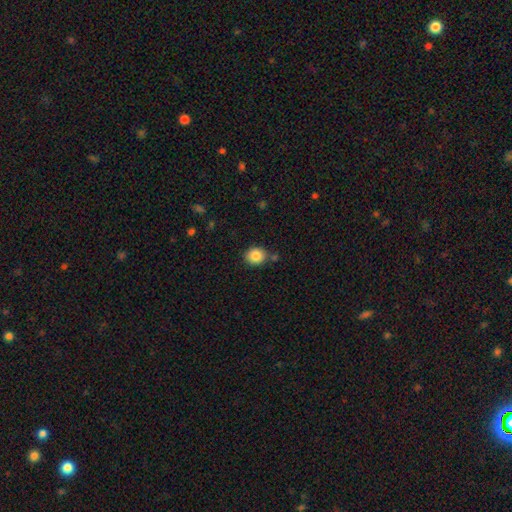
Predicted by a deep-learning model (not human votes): Smooth or featured?
  - smooth: 86% *
  - star or artifact: 9%
  - featured or disk: 5%
How rounded?
  - round: 75% *
  - in between: 24%
  - cigar-shaped: 1%
Merging?
  - none: 79% *
  - minor disturbance: 12%
  - merger: 7%
  - major disturbance: 3%